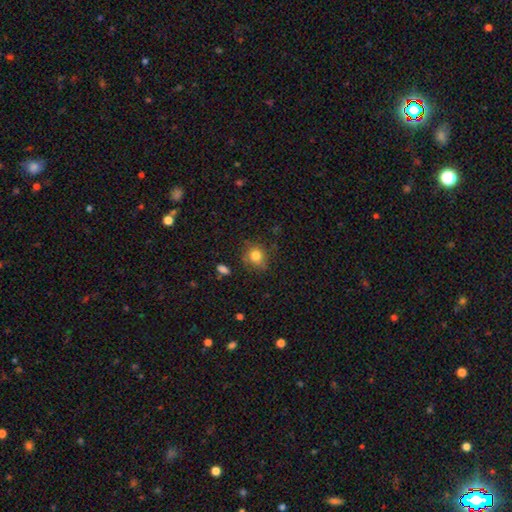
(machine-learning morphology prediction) Smooth or featured?
  - smooth: 81% *
  - star or artifact: 10%
  - featured or disk: 8%
How rounded?
  - round: 79% *
  - in between: 20%
  - cigar-shaped: 1%
Merging?
  - none: 74% *
  - minor disturbance: 18%
  - major disturbance: 5%
  - merger: 3%